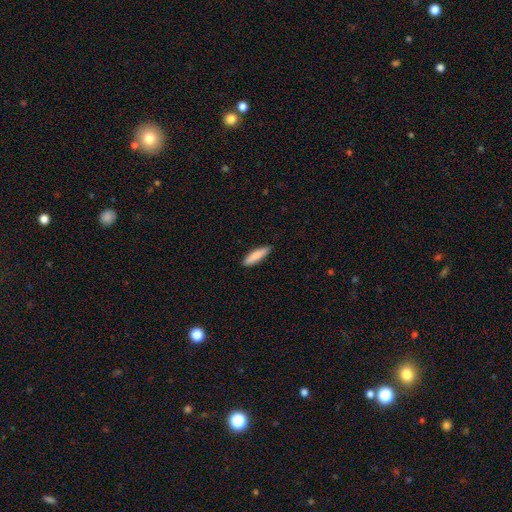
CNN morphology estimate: Smooth or featured? smooth (85%)
How rounded? cigar-shaped (65%)
Merging? none (88%)